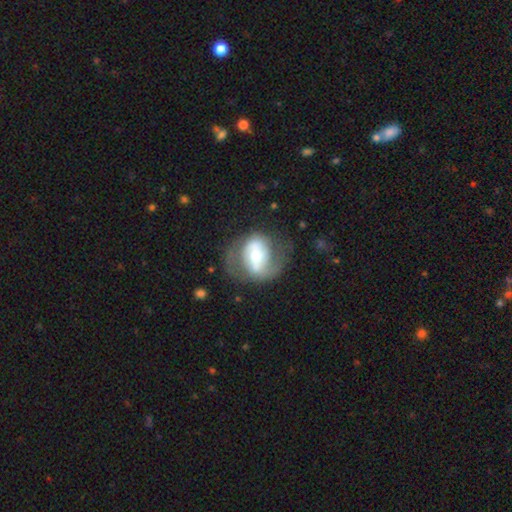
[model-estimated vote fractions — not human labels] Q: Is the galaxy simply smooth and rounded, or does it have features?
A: featured or disk — 70%.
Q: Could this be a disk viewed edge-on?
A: no — 95%.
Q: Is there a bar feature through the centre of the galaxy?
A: strong — 36%.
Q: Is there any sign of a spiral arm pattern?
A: yes — 68%.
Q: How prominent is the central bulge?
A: moderate — 62%.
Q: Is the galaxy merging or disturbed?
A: none — 59%.